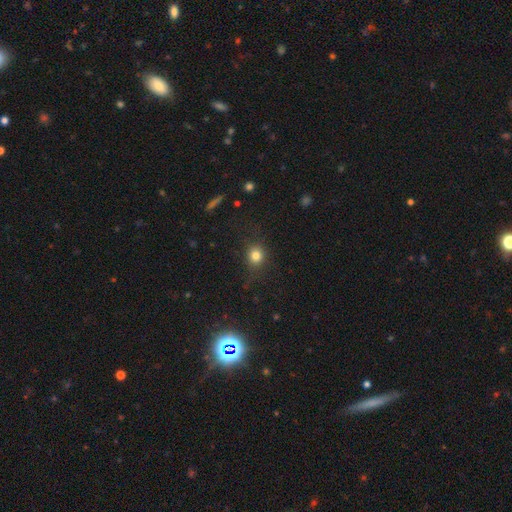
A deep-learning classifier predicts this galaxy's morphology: The model was most divided on "smooth or featured": smooth: 80%, star or artifact: 13%, featured or disk: 7%. More confident: how rounded — round (83%); merging — none (83%).